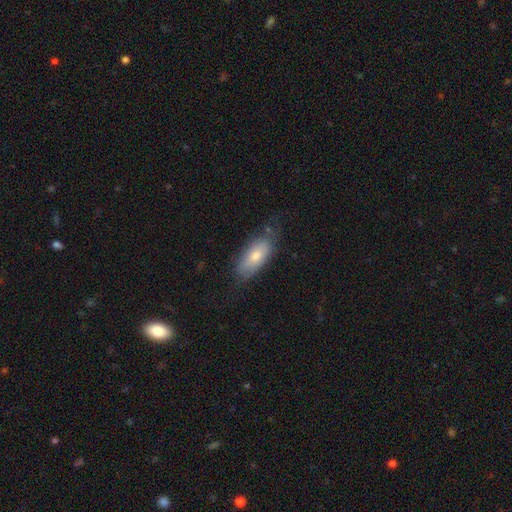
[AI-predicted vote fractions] This appears to be a smooth galaxy with no disk features (74%) that is in between round and cigar-shaped (86%). Merging: none (64%).